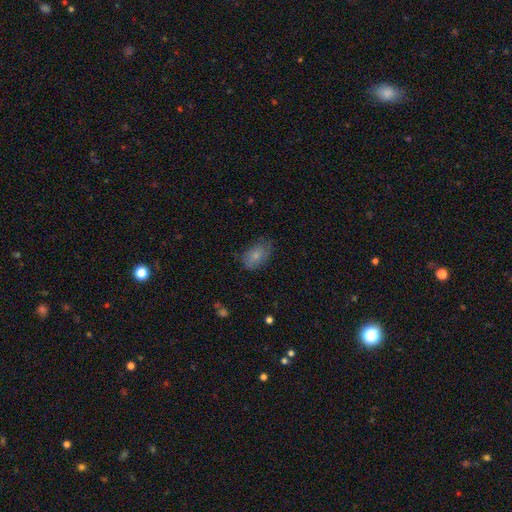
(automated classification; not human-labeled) This is likely a smooth galaxy (75%). How rounded: clearly in between (89%). Merging: likely none (66%).